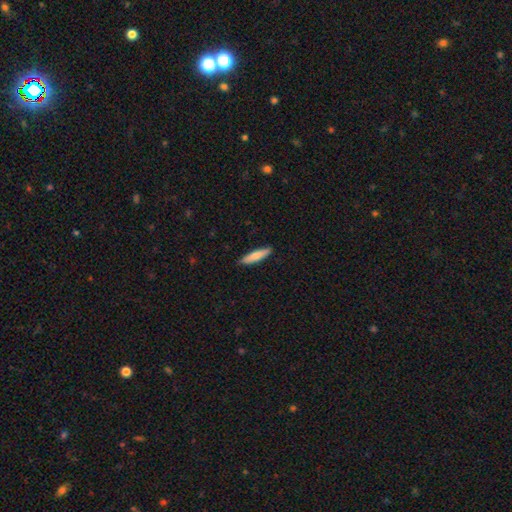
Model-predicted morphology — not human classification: A smooth galaxy with no disk features (75%) that is cigar-shaped (79%).

Vote fractions:
- Smooth or featured? smooth: 75% / featured or disk: 19% / star or artifact: 5%
- How rounded? cigar-shaped: 79% / in between: 20% / round: 1%
- Merging? none: 89% / minor disturbance: 9% / major disturbance: 2% / merger: 1%